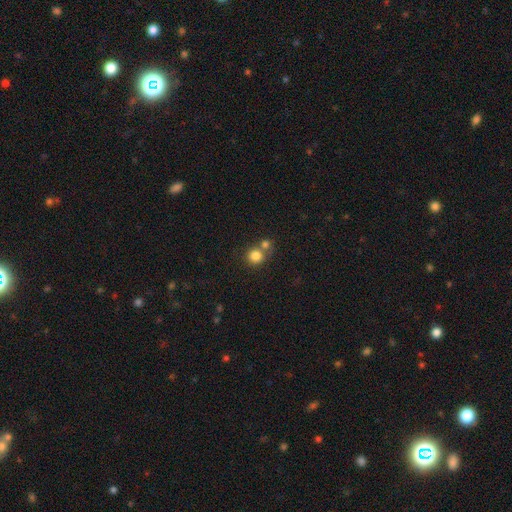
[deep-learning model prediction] smooth 82%, star or artifact 11%, featured or disk 7%. Down the decision tree: how rounded — round (88%); merging — none (52%).